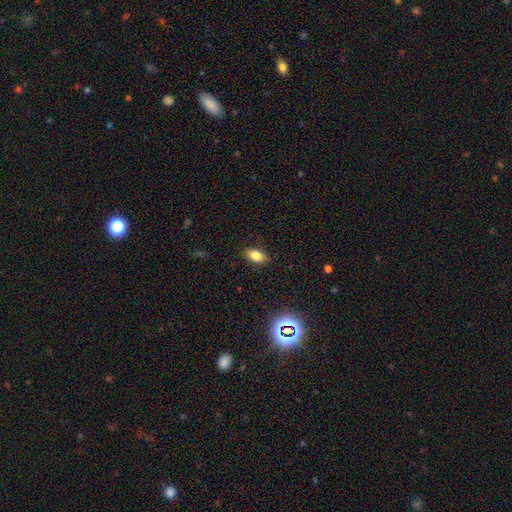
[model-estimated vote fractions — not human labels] Q: Smooth or featured?
A: smooth (81%); runner-up: star or artifact (11%)
Q: How rounded?
A: in between (87%); runner-up: round (9%)
Q: Merging?
A: none (87%); runner-up: minor disturbance (9%)